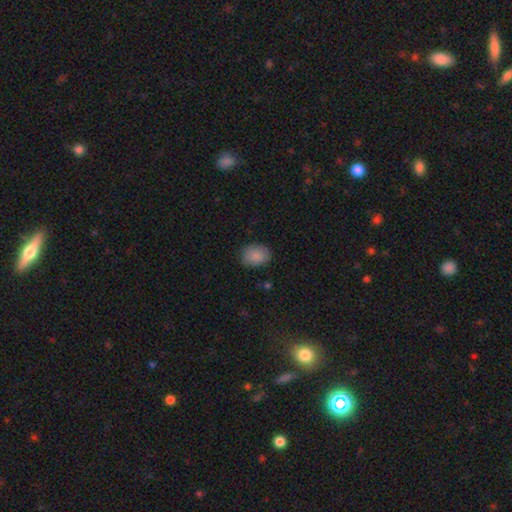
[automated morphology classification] This appears to be a smooth galaxy with no disk features (87%) that is in between round and cigar-shaped (66%). Merging: none (83%).